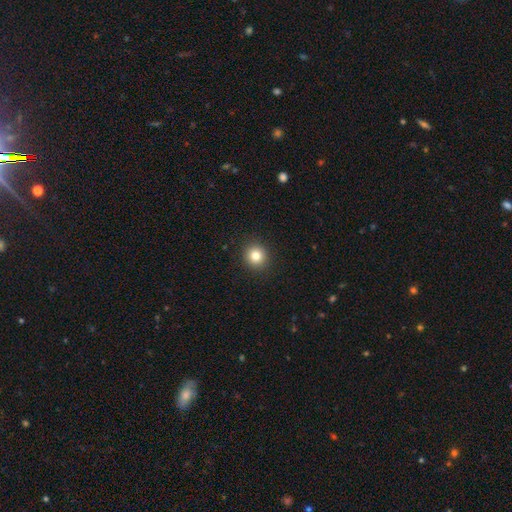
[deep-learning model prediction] A smooth galaxy with no disk features (82%) that is round (90%). Merging: none (92%).